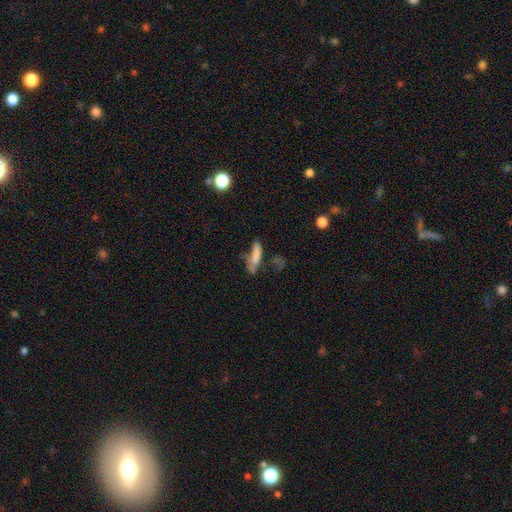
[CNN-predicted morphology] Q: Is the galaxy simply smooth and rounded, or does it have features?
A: smooth — 66%.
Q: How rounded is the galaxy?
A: cigar-shaped — 66%.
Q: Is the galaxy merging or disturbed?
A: none — 38%.